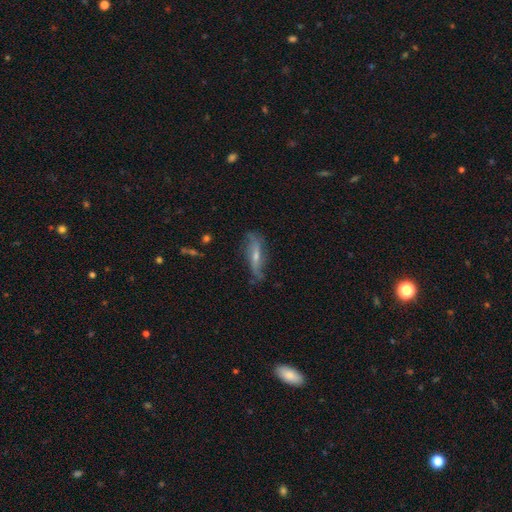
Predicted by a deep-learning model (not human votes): Overall: featured or disk (65%; smooth 27%). Edge-on disk: no (59%; yes 41%). Merging: none (66%).